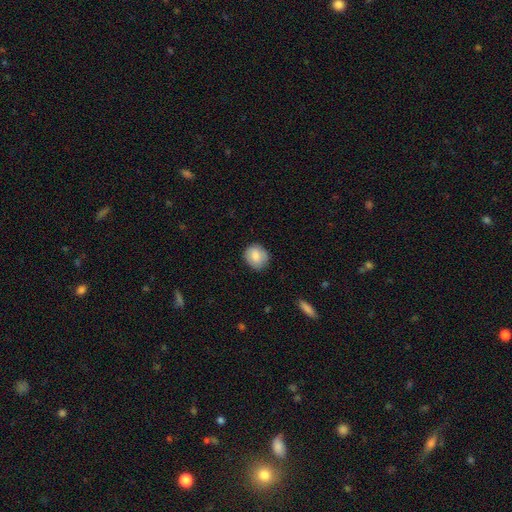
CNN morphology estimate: type=smooth (85%); roundness=round (78%); merging=none (85%).